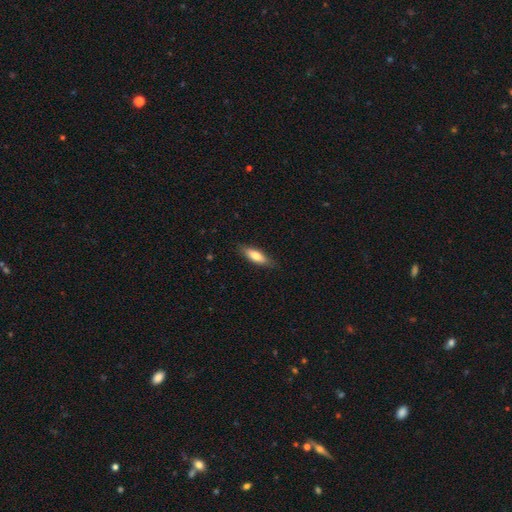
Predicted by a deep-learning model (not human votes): Smooth or featured? smooth (75%)
How rounded? in between (56%)
Merging? none (85%)